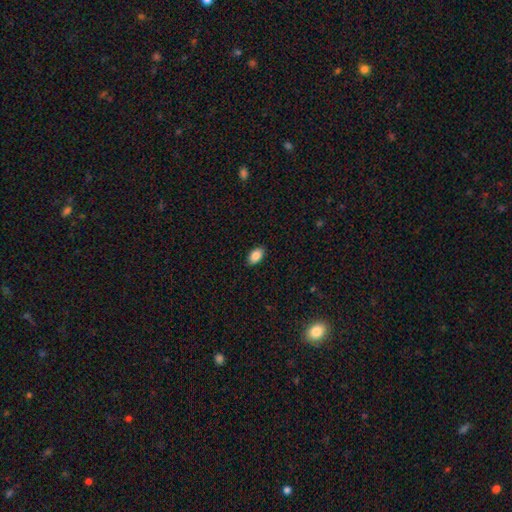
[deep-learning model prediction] A smooth galaxy with no disk features (88%) that is in between round and cigar-shaped (93%). Merging: none (89%).